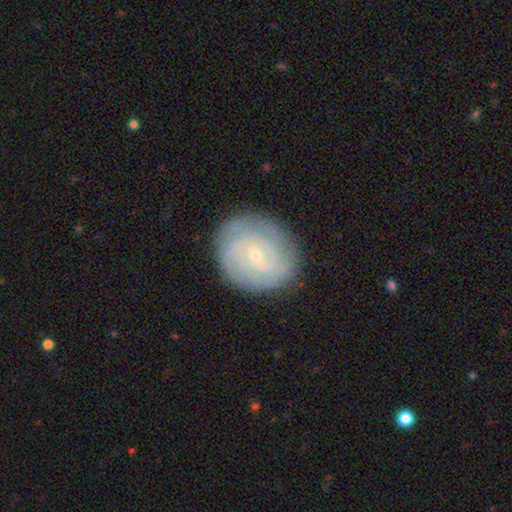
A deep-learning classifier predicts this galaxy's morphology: Smooth or featured? Predicted: featured or disk (p=0.83). Edge-on disk? Predicted: no (p=0.98). Bar? Predicted: no (p=0.62). Spiral arms? Predicted: yes (p=0.96). Spiral winding? Predicted: tight (p=0.79). Spiral arm count? Predicted: can't tell (p=0.27). Bulge size? Predicted: small (p=0.84). Merging? Predicted: none (p=0.85).